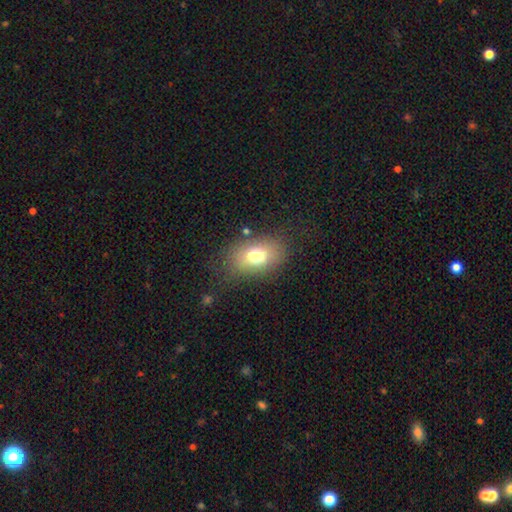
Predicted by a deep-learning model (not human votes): This is likely a smooth galaxy (73%). How rounded: clearly in between (81%). Merging: likely none (76%).